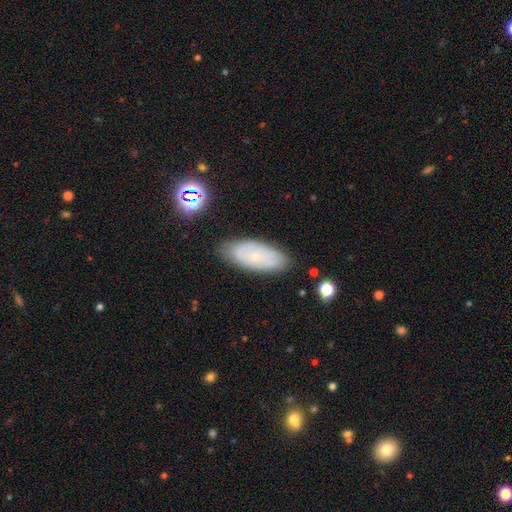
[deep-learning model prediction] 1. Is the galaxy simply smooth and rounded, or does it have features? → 56% smooth, 34% featured or disk, 9% star or artifact.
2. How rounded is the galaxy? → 85% in between, 12% cigar-shaped, 3% round.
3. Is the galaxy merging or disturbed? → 79% none, 16% minor disturbance, 3% major disturbance, 2% merger.